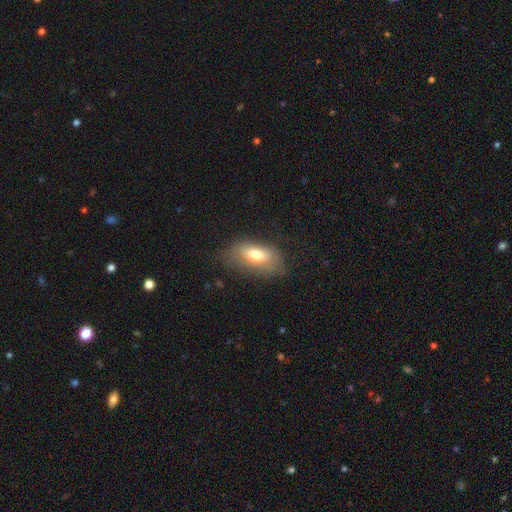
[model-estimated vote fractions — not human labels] smooth-or-featured: smooth: 69% | featured or disk: 23% | star or artifact: 9%
  how-rounded: in between: 84% | cigar-shaped: 11% | round: 5%
  merging: none: 60% | minor disturbance: 25% | major disturbance: 13% | merger: 2%